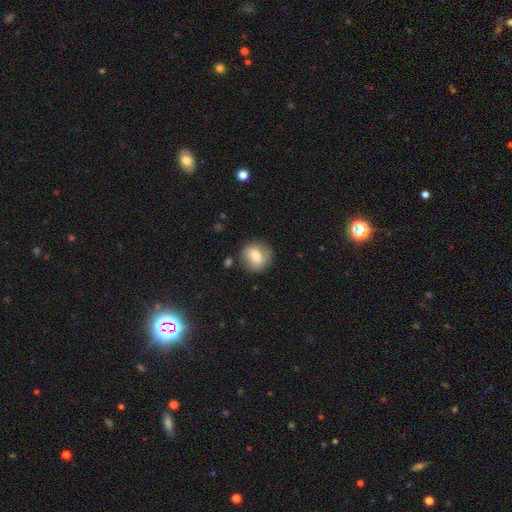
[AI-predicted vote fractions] A smooth galaxy with no disk features (68%) that is round (88%). Merging: none (83%).